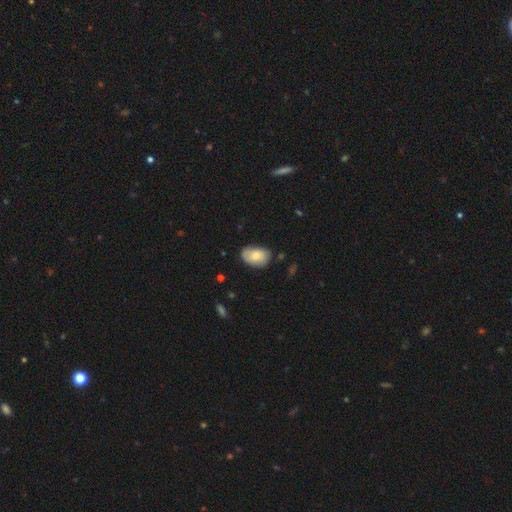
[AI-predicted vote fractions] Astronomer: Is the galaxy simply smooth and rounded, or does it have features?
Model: smooth — 75%.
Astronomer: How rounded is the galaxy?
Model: in between — 90%.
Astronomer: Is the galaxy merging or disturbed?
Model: none — 63%.